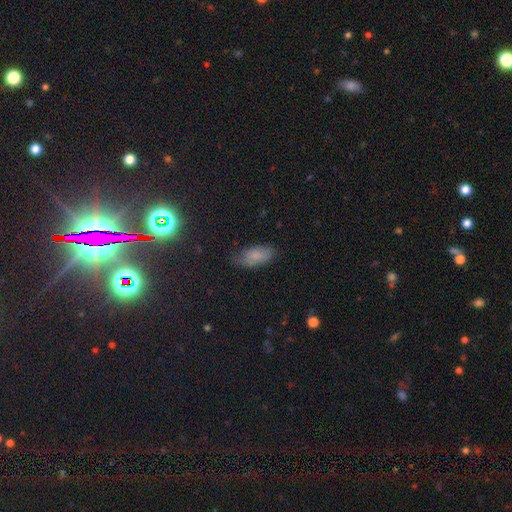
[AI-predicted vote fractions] smooth_or_featured: smooth (p=0.69) [alt: featured or disk p=0.18]
how_rounded: in between (p=0.91) [alt: cigar-shaped p=0.06]
merging: none (p=0.62) [alt: minor disturbance p=0.28]